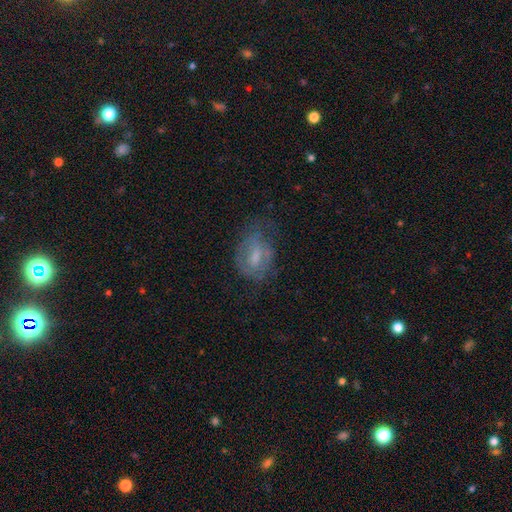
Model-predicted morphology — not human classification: Smooth or featured? featured or disk (47%)
Merging? none (49%)